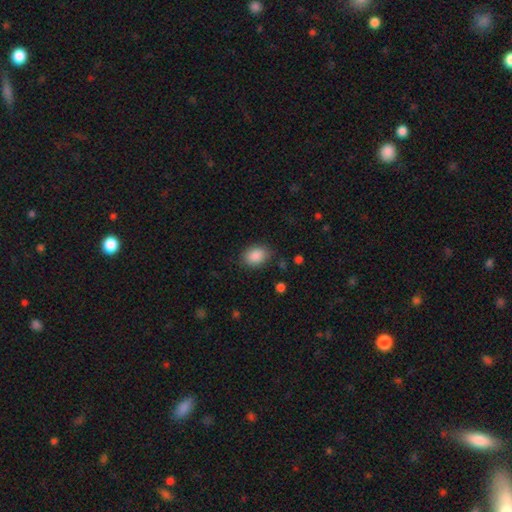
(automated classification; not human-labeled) Q: Smooth or featured?
A: smooth (88%); runner-up: star or artifact (8%)
Q: How rounded?
A: in between (70%); runner-up: round (29%)
Q: Merging?
A: none (81%); runner-up: minor disturbance (13%)